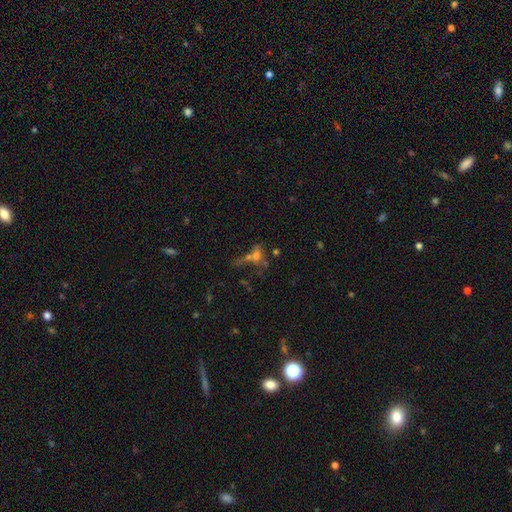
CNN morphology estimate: This appears to be a smooth galaxy with no disk features (43%). Merging: merger (41%).